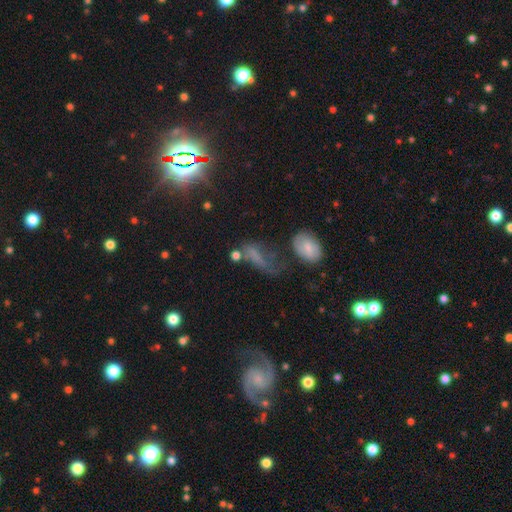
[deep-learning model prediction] smooth 55%, star or artifact 23%, featured or disk 23%. Down the decision tree: how rounded — in between (65%); merging — major disturbance (33%).